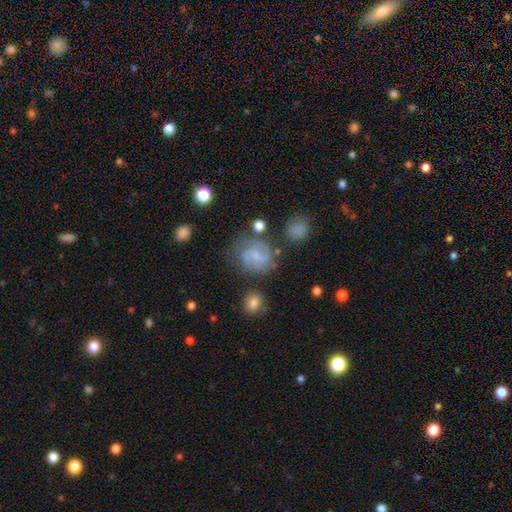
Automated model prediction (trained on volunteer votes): smooth-or-featured: featured or disk: 48% | smooth: 41% | star or artifact: 11%
  merging: none: 57% | minor disturbance: 23% | major disturbance: 14% | merger: 6%